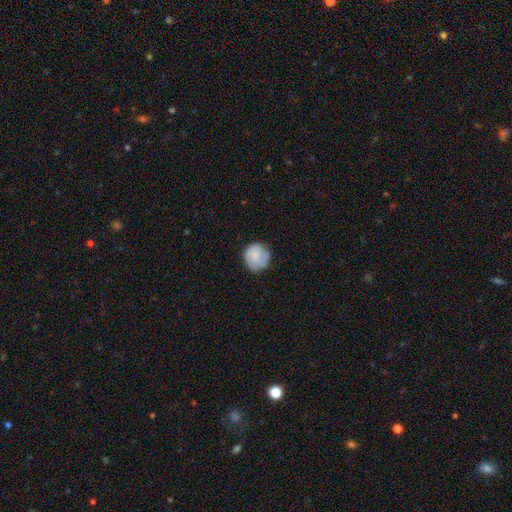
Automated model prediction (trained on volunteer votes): Q: Smooth or featured?
A: smooth (73%); runner-up: featured or disk (21%)
Q: How rounded?
A: round (92%); runner-up: in between (7%)
Q: Merging?
A: none (78%); runner-up: minor disturbance (17%)